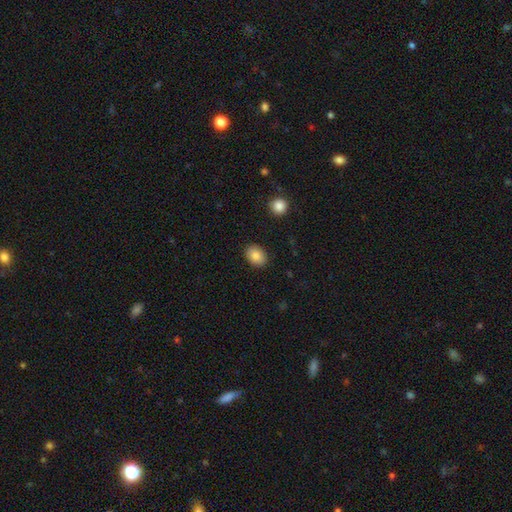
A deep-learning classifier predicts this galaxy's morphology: Overall: smooth (86%). How rounded: in between (71%). Merging: none (89%).